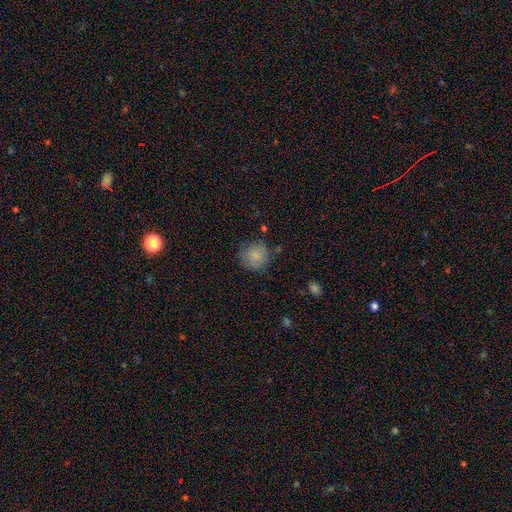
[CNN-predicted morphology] Smooth or featured? smooth (80%)
How rounded? round (88%)
Merging? none (70%)